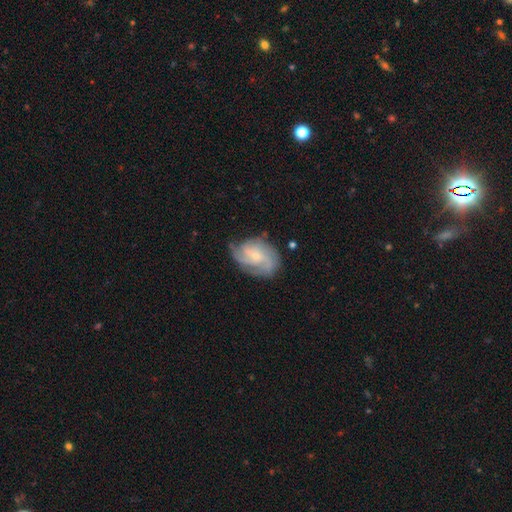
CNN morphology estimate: Smooth or featured? Predicted: featured or disk (p=0.79). Edge-on disk? Predicted: no (p=0.97). Bar? Predicted: no (p=0.62). Spiral arms? Predicted: yes (p=0.95). Spiral winding? Predicted: tight (p=0.45). Spiral arm count? Predicted: 3 (p=0.34). Bulge size? Predicted: small (p=0.68). Merging? Predicted: none (p=0.66).